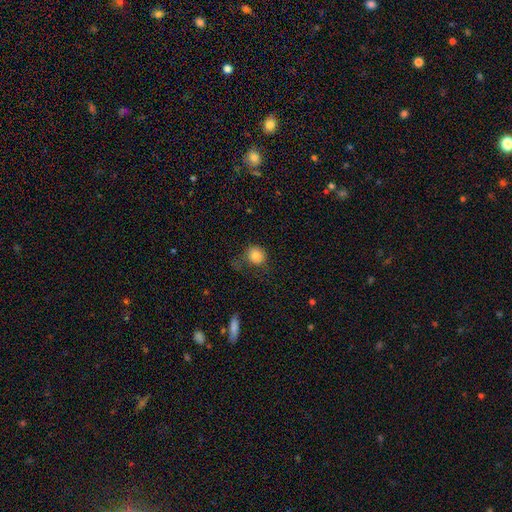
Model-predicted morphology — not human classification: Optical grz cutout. It shows a smooth galaxy with no disk features (83%) that is round (85%). Merging: none (62%).